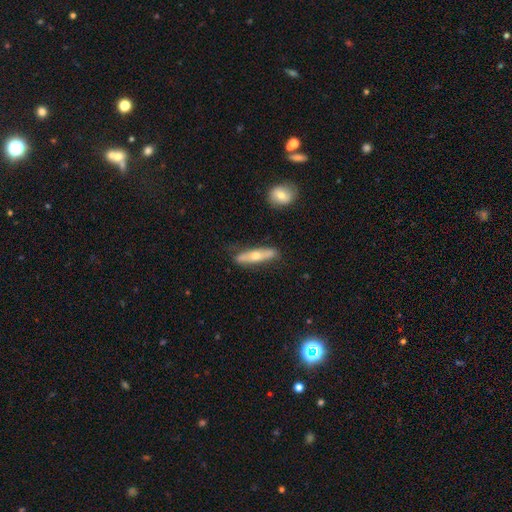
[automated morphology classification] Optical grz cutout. It shows a featured or disk galaxy (49%). Merging: none (80%).